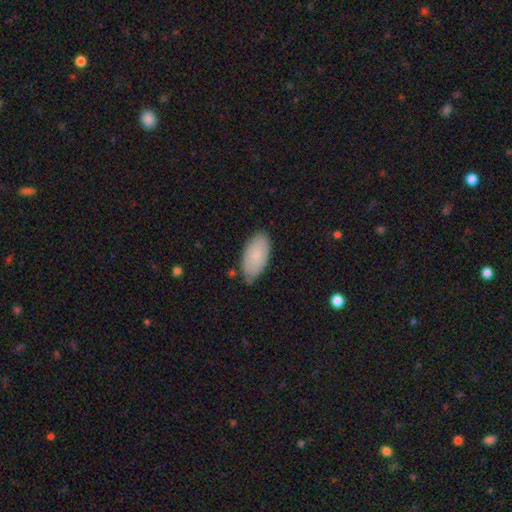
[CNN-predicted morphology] This is likely a smooth galaxy (79%). How rounded: clearly in between (95%). Merging: likely none (79%).